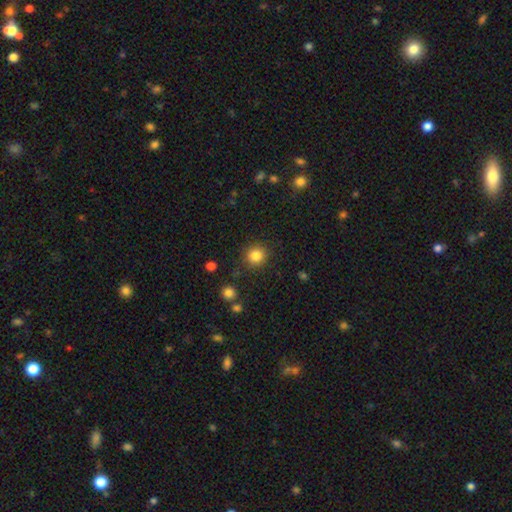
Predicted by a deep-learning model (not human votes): Q: Smooth or featured?
A: smooth (85%); runner-up: star or artifact (11%)
Q: How rounded?
A: round (91%); runner-up: in between (9%)
Q: Merging?
A: none (87%); runner-up: minor disturbance (8%)